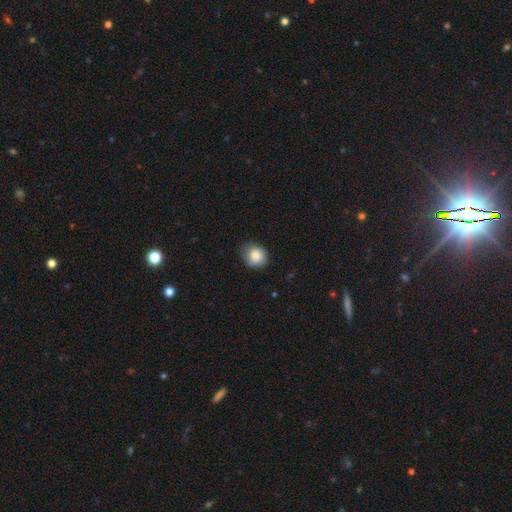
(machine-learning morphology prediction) smooth 86%, star or artifact 8%, featured or disk 6%. Down the decision tree: how rounded — round (73%); merging — none (70%).